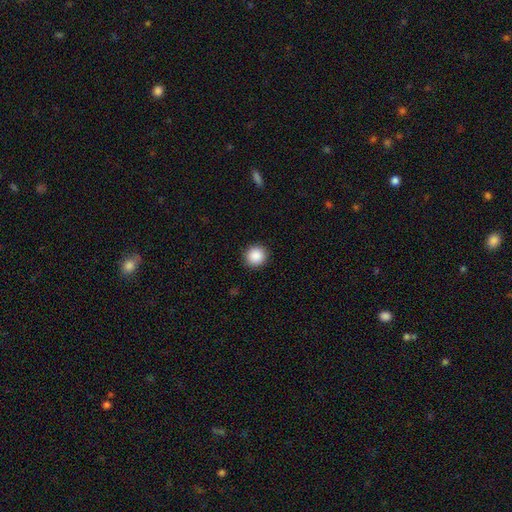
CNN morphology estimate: The model was most divided on "smooth or featured": smooth: 89%, star or artifact: 9%, featured or disk: 3%. More confident: how rounded — round (93%); merging — none (92%).